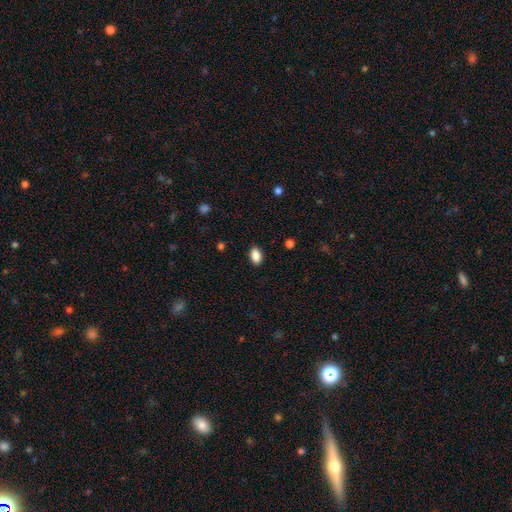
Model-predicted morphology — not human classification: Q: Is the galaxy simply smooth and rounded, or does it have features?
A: smooth — 89%.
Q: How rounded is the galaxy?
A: in between — 90%.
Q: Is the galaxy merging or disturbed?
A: none — 89%.